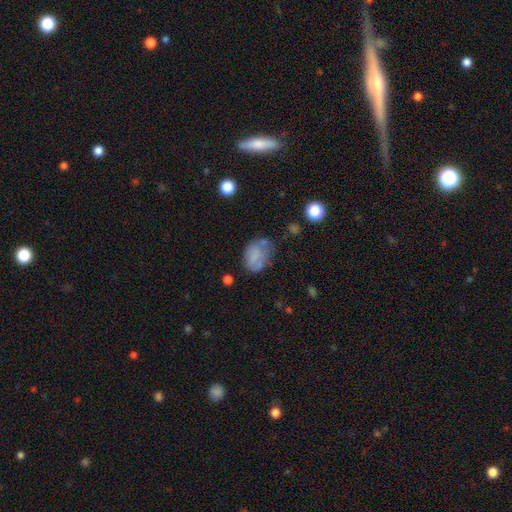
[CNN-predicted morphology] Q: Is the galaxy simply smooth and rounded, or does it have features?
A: smooth — 68%.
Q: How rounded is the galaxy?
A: in between — 73%.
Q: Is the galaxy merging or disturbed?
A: none — 43%.